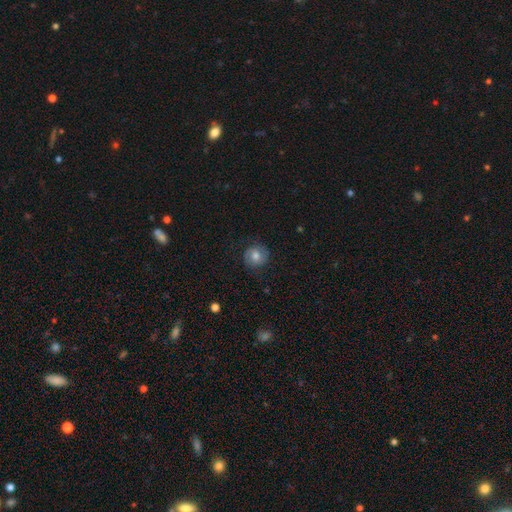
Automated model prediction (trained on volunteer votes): Overall: smooth (55%; featured or disk 36%). How rounded: round (86%). Merging: none (82%).